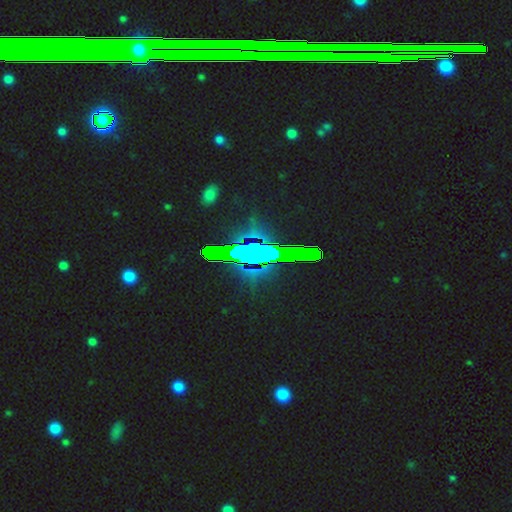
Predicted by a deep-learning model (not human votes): This is likely a star or artifact rather than a galaxy (75%).